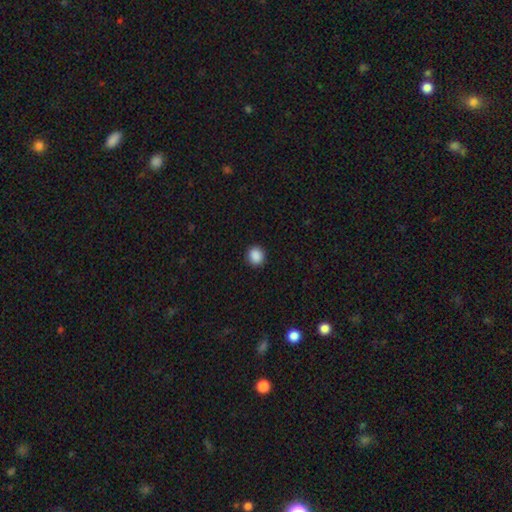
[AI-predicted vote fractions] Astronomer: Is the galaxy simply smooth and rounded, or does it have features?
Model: smooth — 88%.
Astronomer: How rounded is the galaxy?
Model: round — 85%.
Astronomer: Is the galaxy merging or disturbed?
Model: none — 91%.